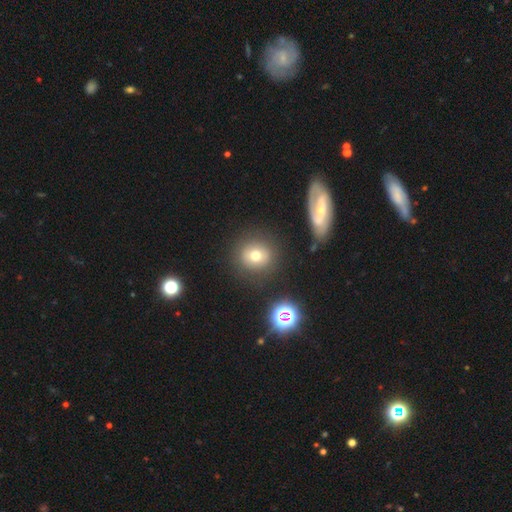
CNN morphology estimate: A smooth galaxy with no disk features (71%) that is round (87%).

Vote fractions:
- Smooth or featured? smooth: 71% / featured or disk: 16% / star or artifact: 13%
- How rounded? round: 87% / in between: 12% / cigar-shaped: 1%
- Merging? none: 84% / minor disturbance: 9% / major disturbance: 4% / merger: 3%